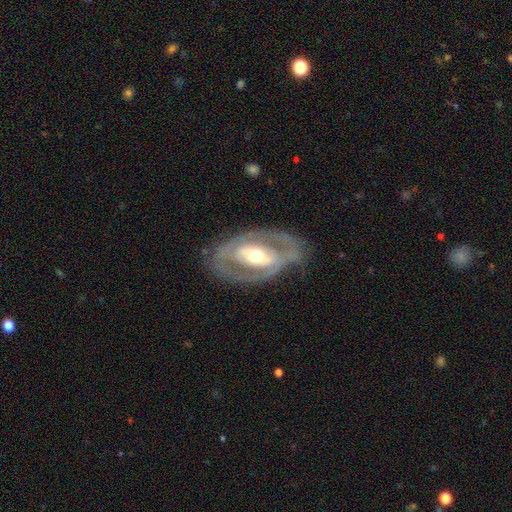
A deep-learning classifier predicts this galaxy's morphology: Q: Smooth or featured?
A: featured or disk (79%); runner-up: smooth (17%)
Q: Edge-on disk?
A: no (92%); runner-up: yes (8%)
Q: Bar?
A: strong (36%); runner-up: no (34%)
Q: Spiral arms?
A: yes (55%); runner-up: no (45%)
Q: Bulge size?
A: moderate (66%); runner-up: small (21%)
Q: Merging?
A: none (71%); runner-up: minor disturbance (17%)